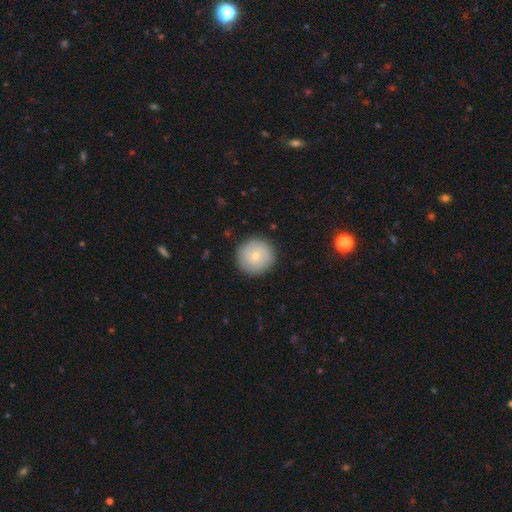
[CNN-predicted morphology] Smooth or featured? Predicted: smooth (p=0.55). How rounded? Predicted: round (p=0.95). Merging? Predicted: none (p=0.89).